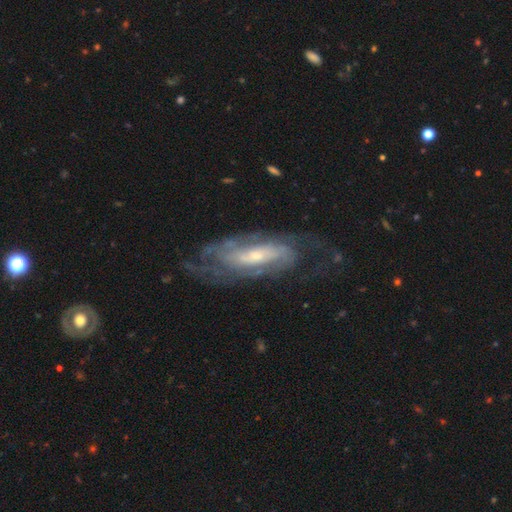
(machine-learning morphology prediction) The model was most divided on "spiral arm count": can't tell: 44%, 2: 33%, 3: 10%, 4: 6%, 1: 4%, more than 4: 4%. Remaining: spiral arms — yes (88%); edge-on disk — no (86%); smooth or featured — featured or disk (82%); merging — none (64%); bulge size — small (57%); spiral winding — tight (53%); bar — no (47%).